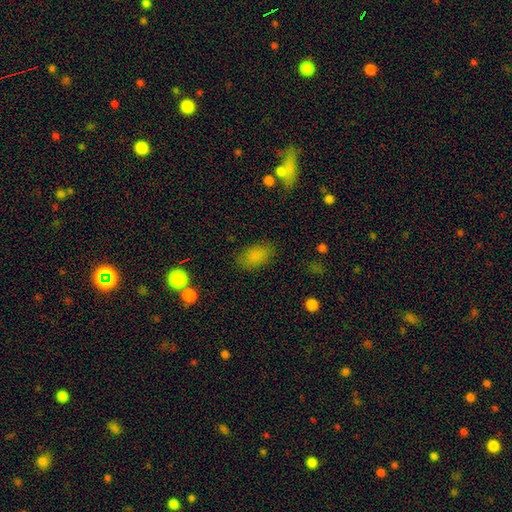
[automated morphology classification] Smooth or featured: smooth — 82% (star or artifact — 11%)
How rounded: in between — 91% (round — 7%)
Merging: none — 82% (minor disturbance — 12%)